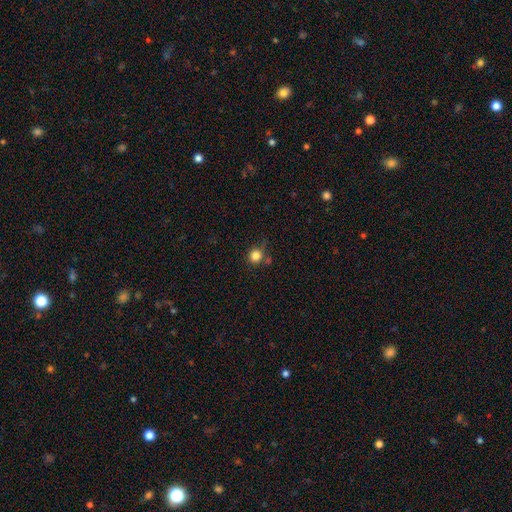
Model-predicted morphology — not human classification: Overall: smooth (83%). How rounded: round (92%). Merging: none (72%).